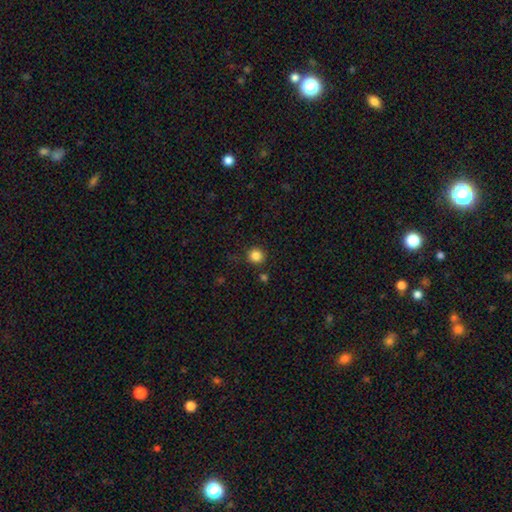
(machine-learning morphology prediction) This appears to be a smooth galaxy with no disk features (84%) that is round (92%). Merging: none (87%).